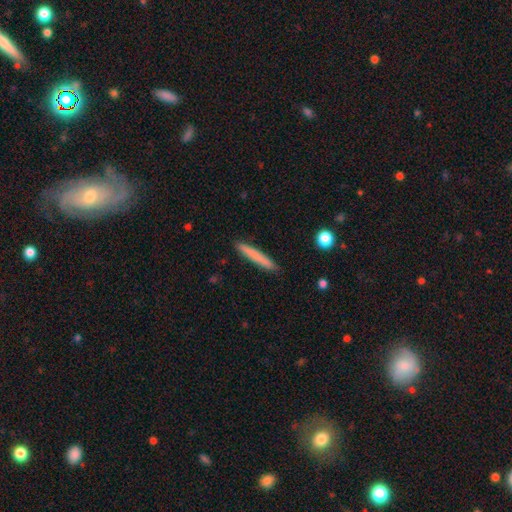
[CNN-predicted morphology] Q: Smooth or featured?
A: smooth (75%); runner-up: featured or disk (19%)
Q: How rounded?
A: cigar-shaped (96%); runner-up: in between (3%)
Q: Merging?
A: none (91%); runner-up: minor disturbance (7%)